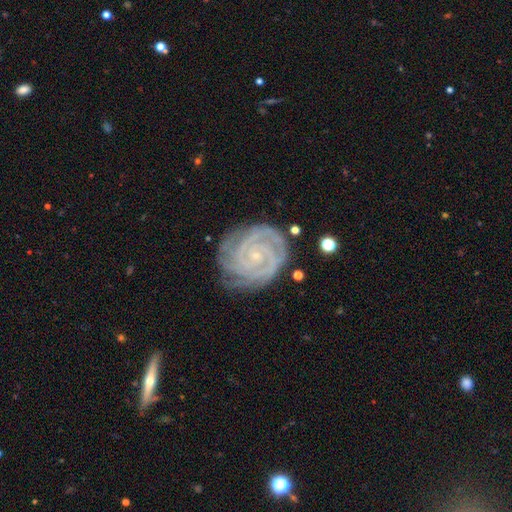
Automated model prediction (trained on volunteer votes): This is clearly a featured or disk galaxy (91%). It is clearly not viewed edge-on (98%). Bar: likely no (70%). Spiral arm pattern: clearly yes (99%). Spiral arm count: marginally 3 (29%, tied with 2). Spiral winding: clearly tight (85%). Central bulge: clearly small (86%). Merging: likely none (77%).